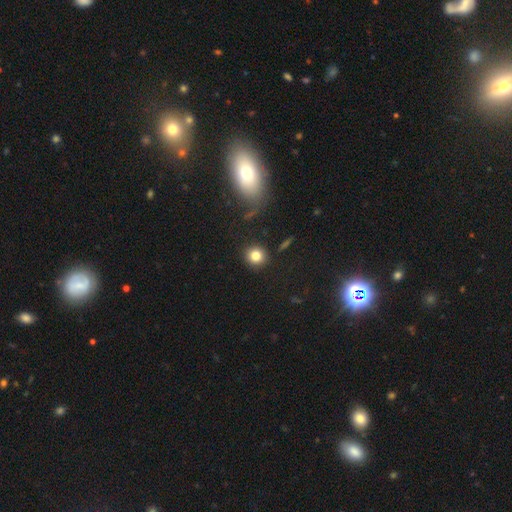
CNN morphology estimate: Smooth or featured?
  - smooth: 81% *
  - star or artifact: 12%
  - featured or disk: 7%
How rounded?
  - round: 91% *
  - in between: 8%
  - cigar-shaped: 1%
Merging?
  - none: 89% *
  - minor disturbance: 6%
  - major disturbance: 2%
  - merger: 2%